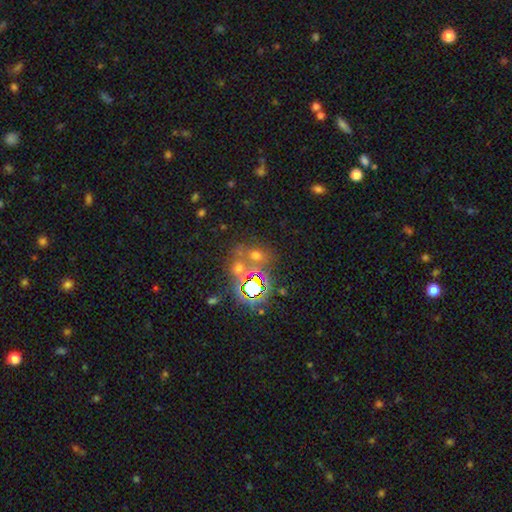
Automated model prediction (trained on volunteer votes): star or artifact 46%, smooth 43%, featured or disk 11%.